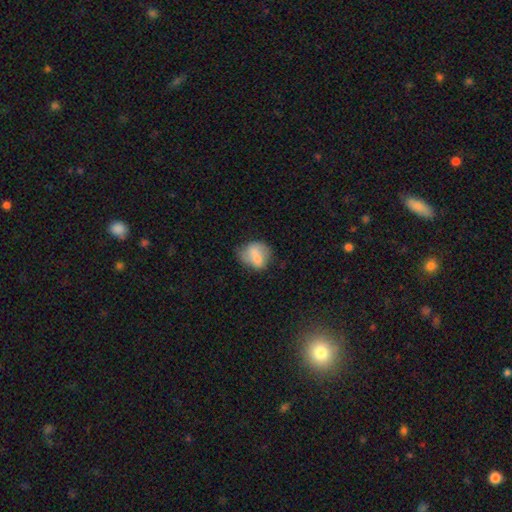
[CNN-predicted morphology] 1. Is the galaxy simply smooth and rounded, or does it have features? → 71% smooth, 20% featured or disk, 8% star or artifact.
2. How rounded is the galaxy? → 49% round (tied), 49% in between (tied), 2% cigar-shaped.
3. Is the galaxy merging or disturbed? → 50% none, 32% minor disturbance, 13% major disturbance, 6% merger.